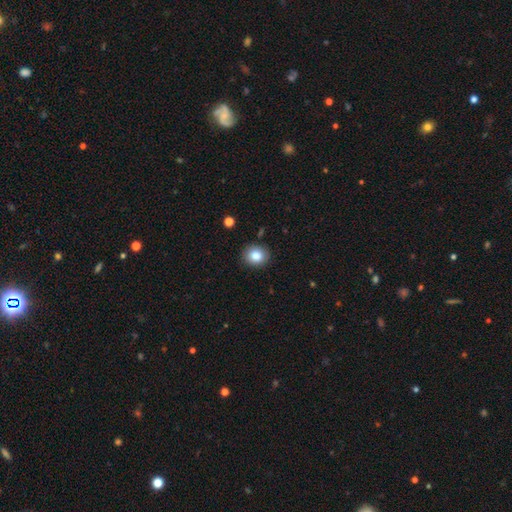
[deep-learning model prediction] This is clearly a smooth galaxy (85%). How rounded: likely round (74%). Merging: clearly none (88%).